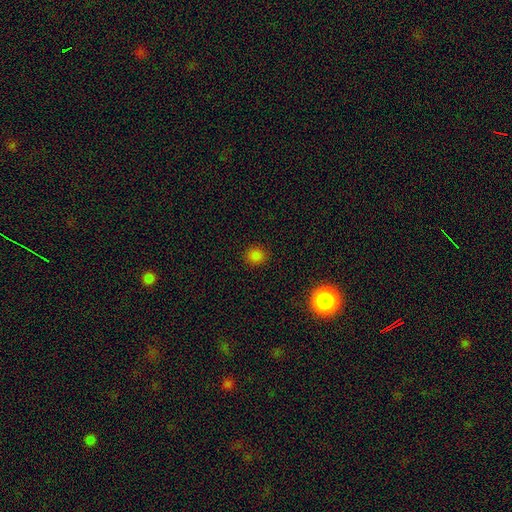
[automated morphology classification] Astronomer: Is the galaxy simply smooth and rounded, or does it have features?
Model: smooth — 82%.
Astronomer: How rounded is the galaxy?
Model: round — 84%.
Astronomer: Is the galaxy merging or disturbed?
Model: none — 90%.